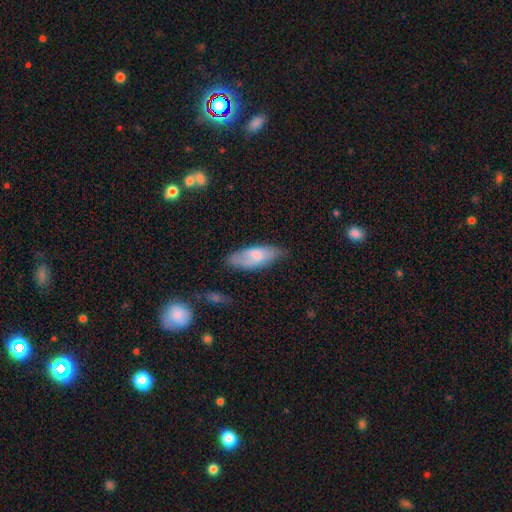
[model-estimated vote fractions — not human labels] A smooth galaxy with no disk features (68%) that is in between round and cigar-shaped (74%).

Vote fractions:
- Smooth or featured? smooth: 68% / featured or disk: 26% / star or artifact: 6%
- How rounded? in between: 74% / cigar-shaped: 24% / round: 2%
- Merging? none: 66% / minor disturbance: 26% / major disturbance: 6% / merger: 2%